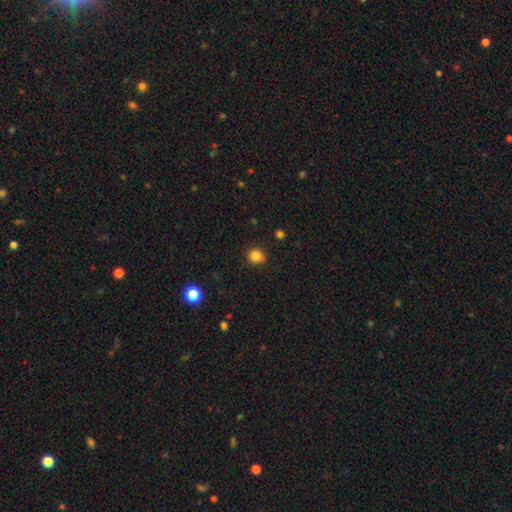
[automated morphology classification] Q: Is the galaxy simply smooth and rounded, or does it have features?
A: smooth — 83%.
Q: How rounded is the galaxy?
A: round — 81%.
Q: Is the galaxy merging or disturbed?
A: none — 82%.